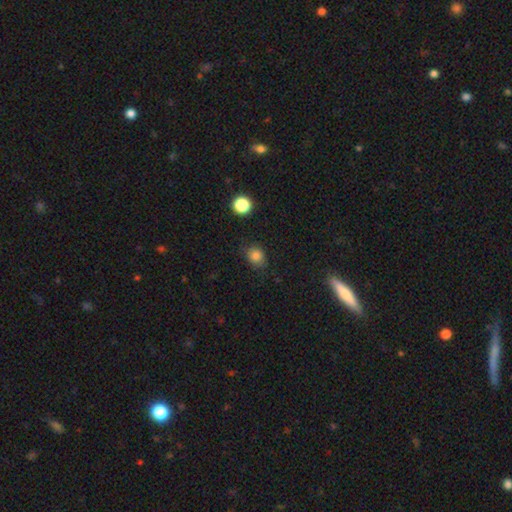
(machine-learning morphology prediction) smooth 82%, star or artifact 13%, featured or disk 5%. Down the decision tree: how rounded — round (66%); merging — none (76%).